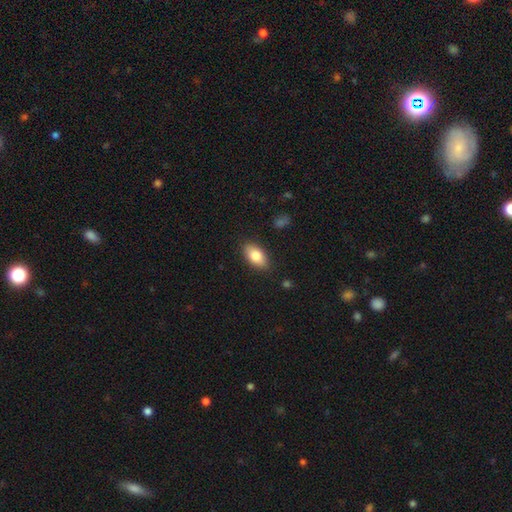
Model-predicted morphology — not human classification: smooth-or-featured: smooth: 80% | featured or disk: 13% | star or artifact: 7%
  how-rounded: in between: 91% | round: 5% | cigar-shaped: 4%
  merging: none: 86% | minor disturbance: 10% | major disturbance: 2% | merger: 1%